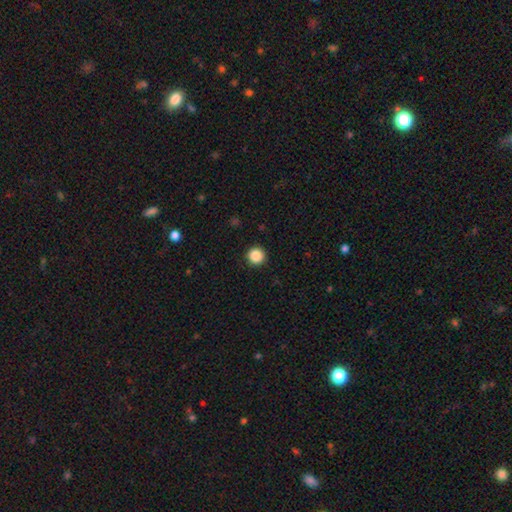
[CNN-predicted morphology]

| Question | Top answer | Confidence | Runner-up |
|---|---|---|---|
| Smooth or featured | smooth | 88% | star or artifact (10%) |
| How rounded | round | 96% | in between (3%) |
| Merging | none | 93% | minor disturbance (5%) |